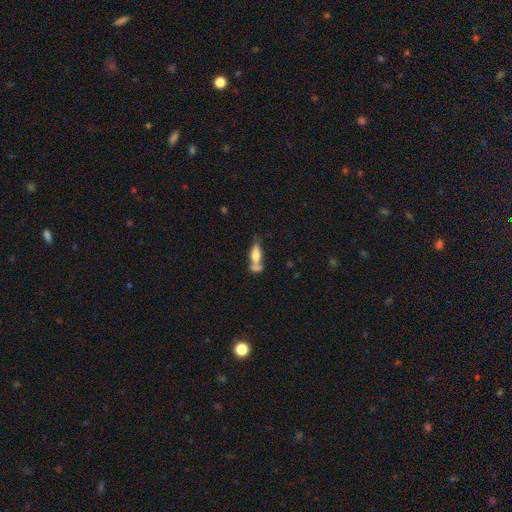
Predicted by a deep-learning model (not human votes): The model was most divided on "merging": merger: 43%, none: 34%, minor disturbance: 15%, major disturbance: 8%. More confident: how rounded — in between (65%); smooth or featured — smooth (62%).